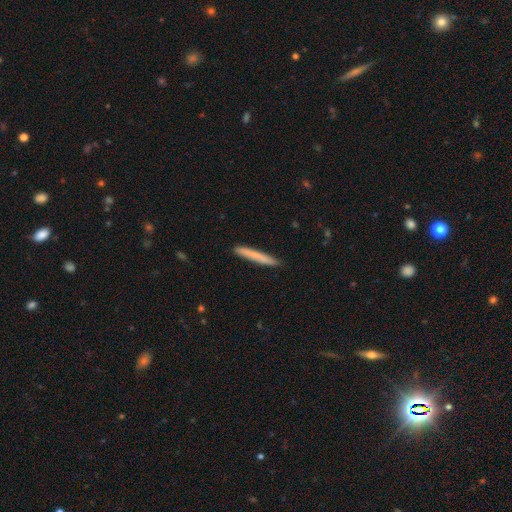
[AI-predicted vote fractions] Morphology: type=smooth (75%); roundness=cigar-shaped (96%); merging=none (90%).